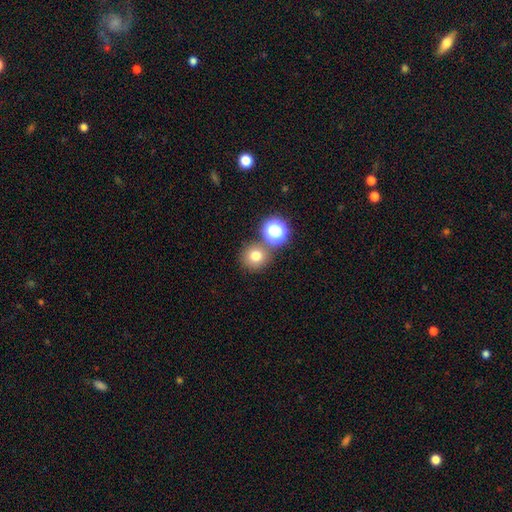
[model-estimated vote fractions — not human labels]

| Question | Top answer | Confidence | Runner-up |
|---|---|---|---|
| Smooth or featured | smooth | 74% | star or artifact (17%) |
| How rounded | round | 91% | in between (8%) |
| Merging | none | 73% | merger (16%) |